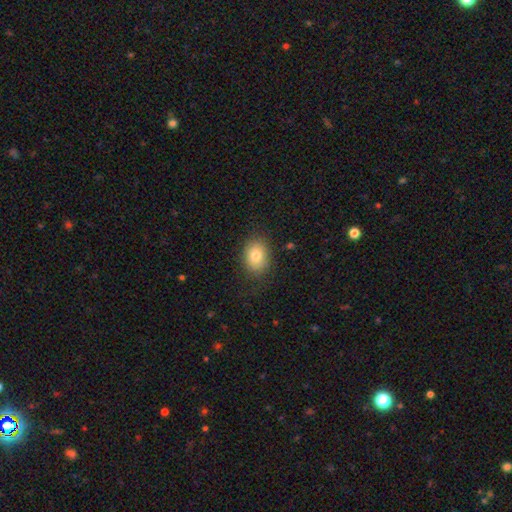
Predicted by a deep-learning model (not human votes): The model was most divided on "how rounded": in between: 61%, round: 39%, cigar-shaped: 1%. More confident: merging — none (82%); smooth or featured — smooth (80%).